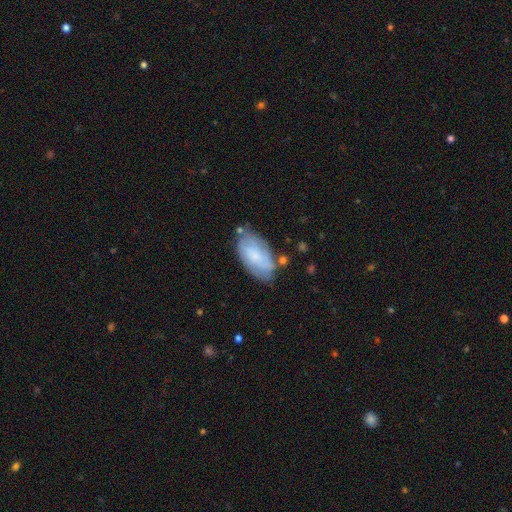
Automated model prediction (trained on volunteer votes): This appears to be a smooth galaxy with no disk features (54%) that is in between round and cigar-shaped (93%). Merging: none (63%).